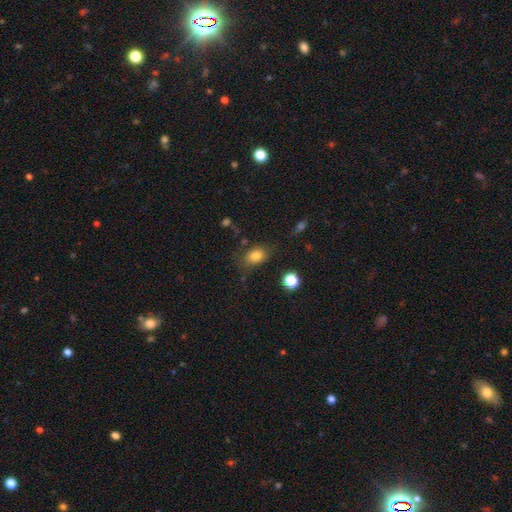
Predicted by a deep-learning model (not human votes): Morphology: type=smooth (80%); roundness=in between (76%); merging=none (71%).